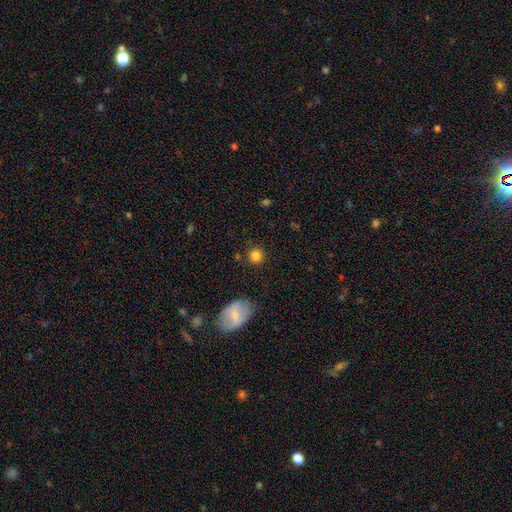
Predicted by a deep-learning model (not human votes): Morphology: type=smooth (82%); roundness=round (90%); merging=none (86%).